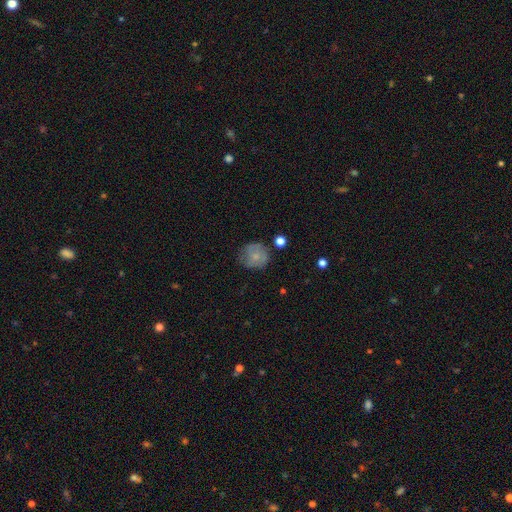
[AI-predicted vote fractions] A smooth galaxy with no disk features (68%) that is round (85%).

Vote fractions:
- Smooth or featured? smooth: 68% / featured or disk: 23% / star or artifact: 9%
- How rounded? round: 85% / in between: 14% / cigar-shaped: 1%
- Merging? none: 65% / minor disturbance: 23% / major disturbance: 8% / merger: 3%